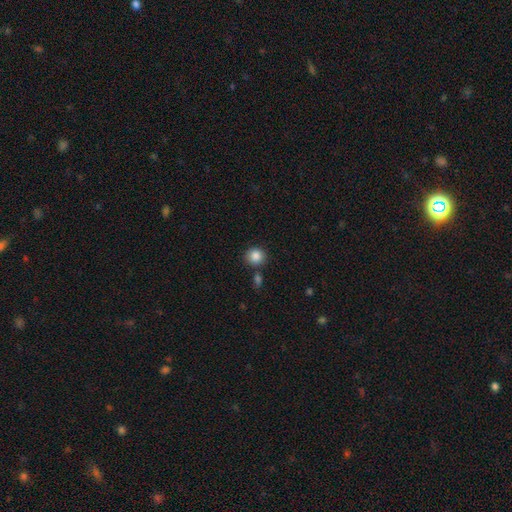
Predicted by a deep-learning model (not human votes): Q: Smooth or featured?
A: smooth (87%); runner-up: star or artifact (9%)
Q: How rounded?
A: round (89%); runner-up: in between (10%)
Q: Merging?
A: none (80%); runner-up: minor disturbance (9%)